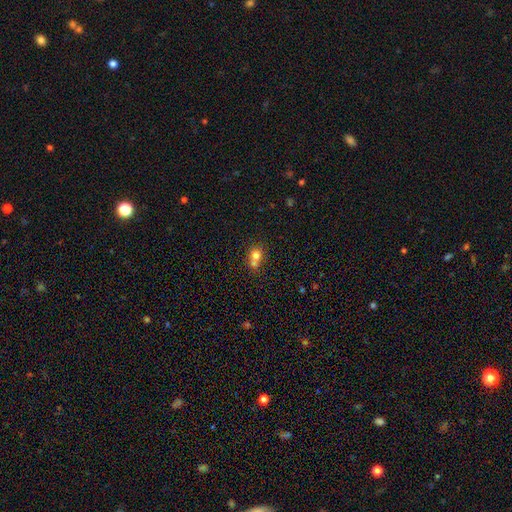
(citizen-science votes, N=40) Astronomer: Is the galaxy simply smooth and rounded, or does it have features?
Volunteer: smooth — 85%.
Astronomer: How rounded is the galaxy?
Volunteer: round — 76%.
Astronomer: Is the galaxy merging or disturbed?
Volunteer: merger — 66%.